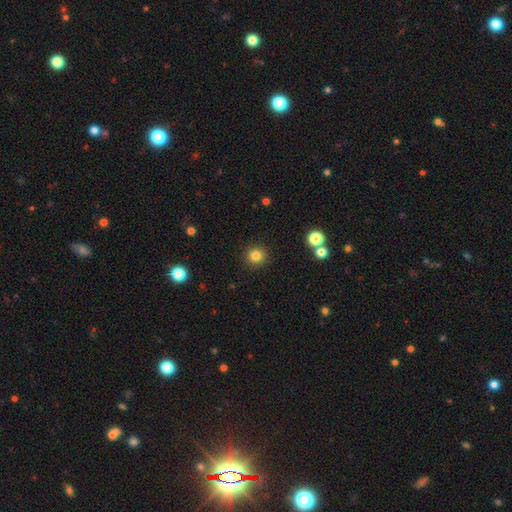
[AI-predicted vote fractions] Smooth or featured: smooth — 83% (star or artifact — 12%)
How rounded: round — 92% (in between — 7%)
Merging: none — 91% (minor disturbance — 5%)